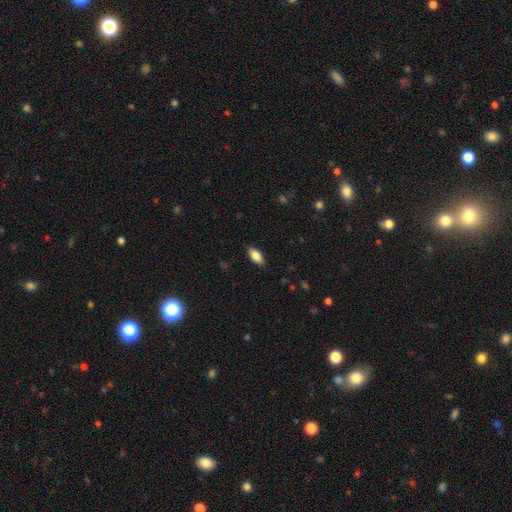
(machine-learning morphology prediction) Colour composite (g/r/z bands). It shows a smooth galaxy with no disk features (82%) that is in between round and cigar-shaped (88%). Merging: none (86%).